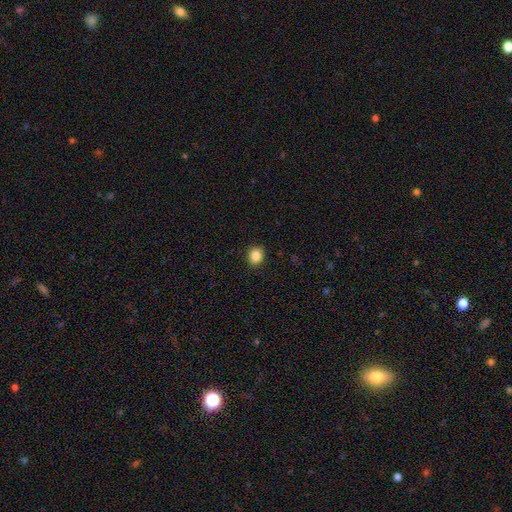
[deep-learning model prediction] Smooth or featured? Predicted: smooth (p=0.86). How rounded? Predicted: round (p=0.67). Merging? Predicted: none (p=0.91).